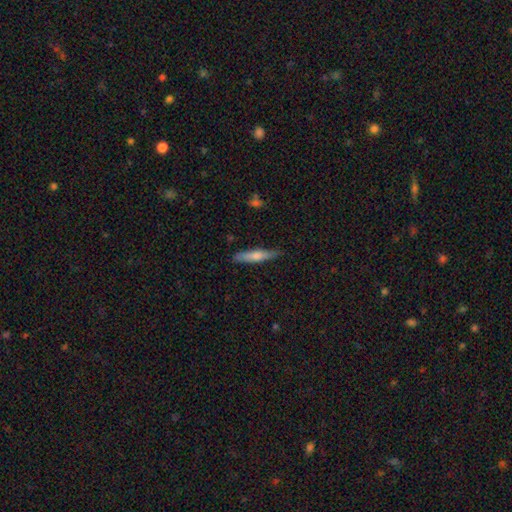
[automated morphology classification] The model was most divided on "smooth or featured": smooth: 64%, featured or disk: 30%, star or artifact: 6%. More confident: how rounded — cigar-shaped (87%); merging — none (82%).